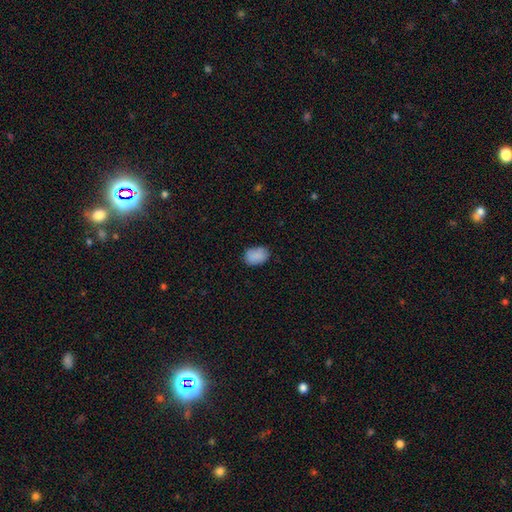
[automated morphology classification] A smooth galaxy with no disk features (87%) that is in between round and cigar-shaped (80%).

Vote fractions:
- Smooth or featured? smooth: 87% / star or artifact: 8% / featured or disk: 5%
- How rounded? in between: 80% / round: 19% / cigar-shaped: 1%
- Merging? none: 78% / minor disturbance: 18% / major disturbance: 3% / merger: 1%